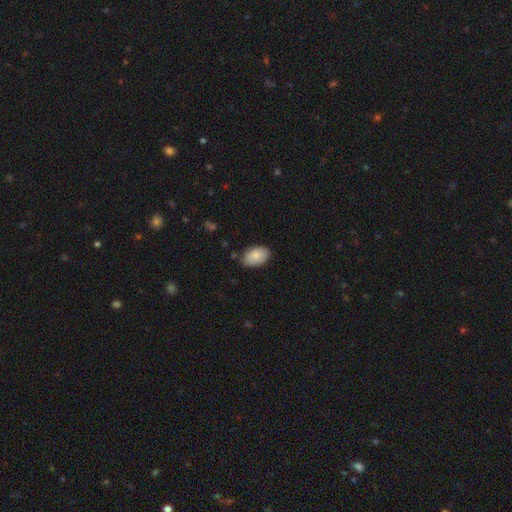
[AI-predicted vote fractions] smooth_or_featured: smooth (p=0.85) [alt: featured or disk p=0.08]
how_rounded: in between (p=0.92) [alt: round p=0.07]
merging: none (p=0.80) [alt: minor disturbance p=0.15]